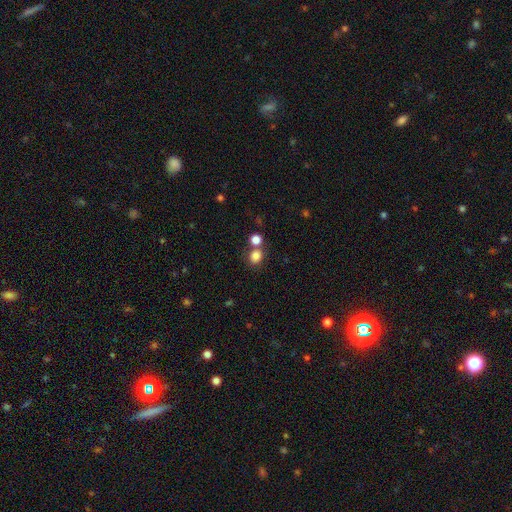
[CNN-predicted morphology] Smooth or featured: smooth — 82% (star or artifact — 12%)
How rounded: round — 69% (in between — 30%)
Merging: none — 61% (merger — 25%)